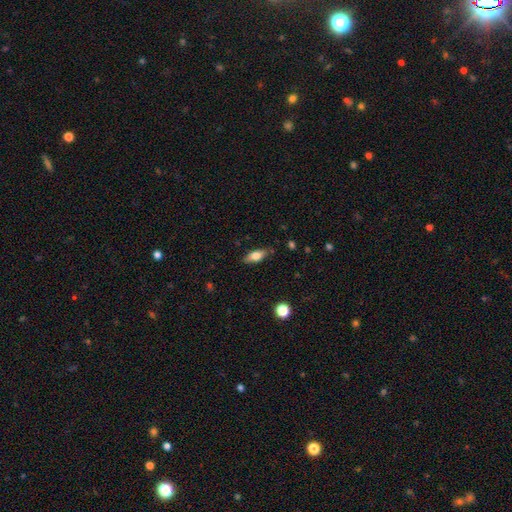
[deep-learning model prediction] This is likely a smooth galaxy (71%). How rounded: likely in between (76%). Merging: clearly none (82%).